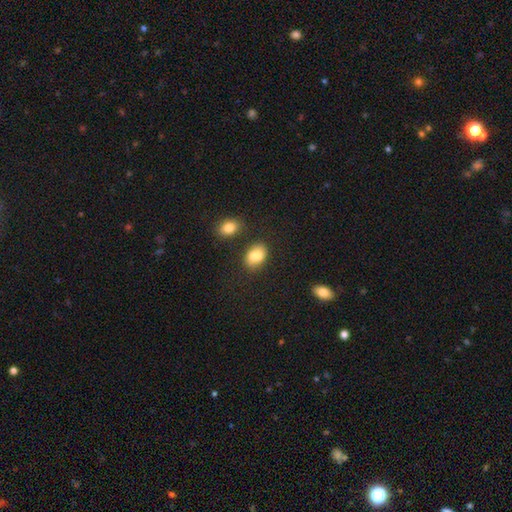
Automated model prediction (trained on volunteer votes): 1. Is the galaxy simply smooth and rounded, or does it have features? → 80% smooth, 12% featured or disk, 9% star or artifact.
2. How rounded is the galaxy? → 77% in between, 21% round, 1% cigar-shaped.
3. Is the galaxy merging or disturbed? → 57% none, 21% merger, 17% minor disturbance, 5% major disturbance.